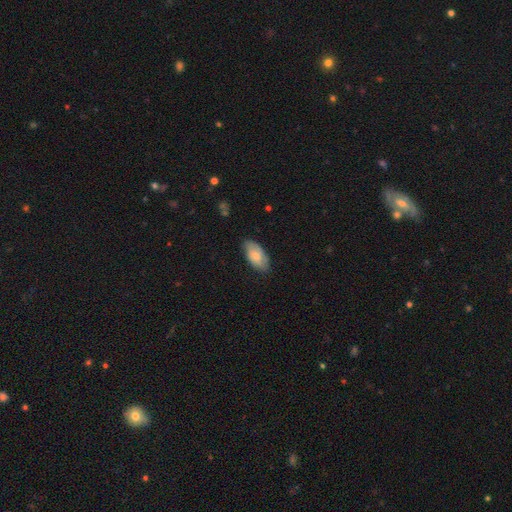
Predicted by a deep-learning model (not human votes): Morphology: type=smooth (73%); roundness=in between (93%); merging=none (74%).